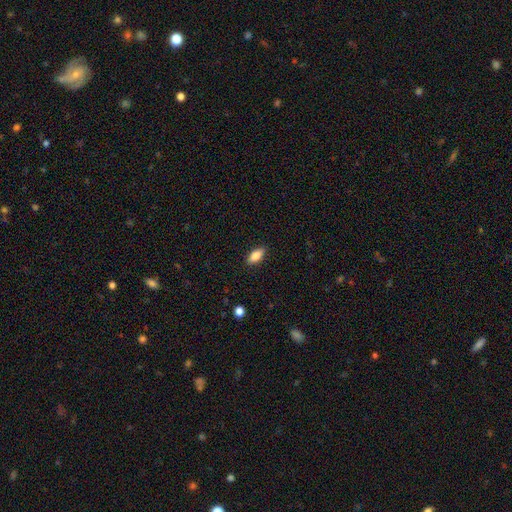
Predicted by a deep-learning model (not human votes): smooth-or-featured: smooth: 80% | featured or disk: 13% | star or artifact: 7%
  how-rounded: in between: 83% | cigar-shaped: 13% | round: 3%
  merging: none: 88% | minor disturbance: 9% | major disturbance: 2% | merger: 1%